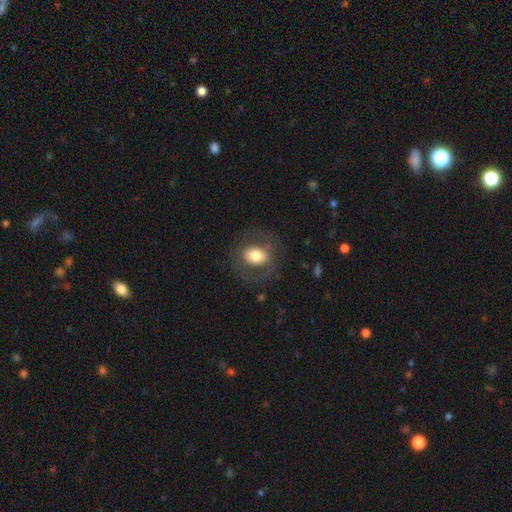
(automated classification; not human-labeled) The model was most divided on "how rounded": in between: 51%, round: 47%, cigar-shaped: 1%. More confident: merging — none (72%); smooth or featured — smooth (58%).